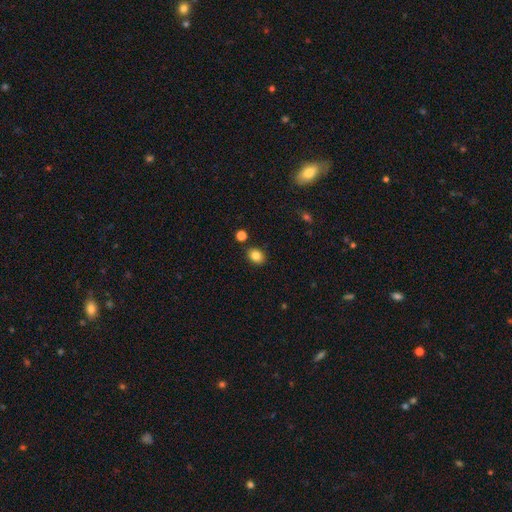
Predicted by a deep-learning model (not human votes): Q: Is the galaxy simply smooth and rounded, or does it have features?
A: smooth — 84%.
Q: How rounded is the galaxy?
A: in between — 54%.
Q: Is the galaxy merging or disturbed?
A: none — 86%.